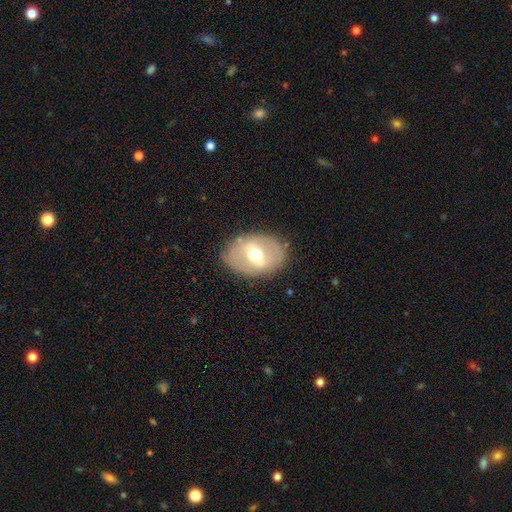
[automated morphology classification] Overall: featured or disk (63%; smooth 31%). Edge-on disk: no (89%). Bar: strong (50%; weak 36%). Spiral arms: no (78%). Bulge size: moderate (71%). Merging: none (81%).